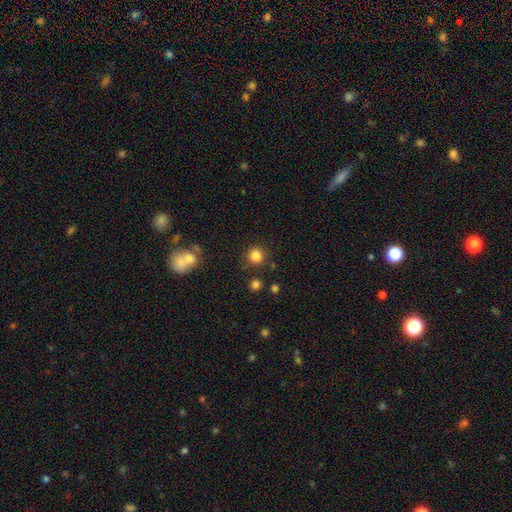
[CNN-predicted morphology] smooth-or-featured: smooth: 83% | star or artifact: 12% | featured or disk: 4%
  how-rounded: round: 92% | in between: 8% | cigar-shaped: 1%
  merging: none: 84% | minor disturbance: 8% | merger: 4% | major disturbance: 3%